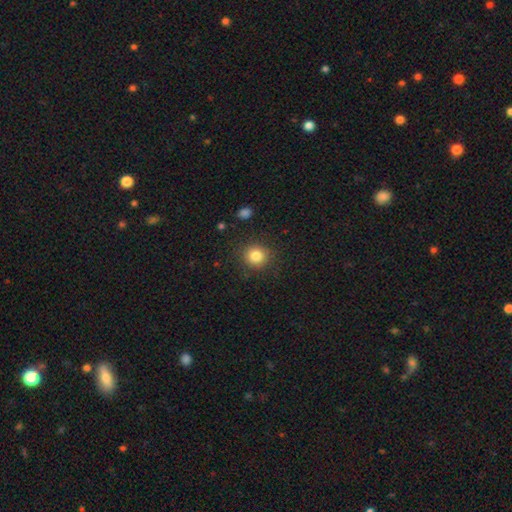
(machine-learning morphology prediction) A smooth galaxy with no disk features (83%) that is round (87%).

Vote fractions:
- Smooth or featured? smooth: 83% / star or artifact: 11% / featured or disk: 6%
- How rounded? round: 87% / in between: 12% / cigar-shaped: 1%
- Merging? none: 87% / minor disturbance: 9% / major disturbance: 3% / merger: 1%